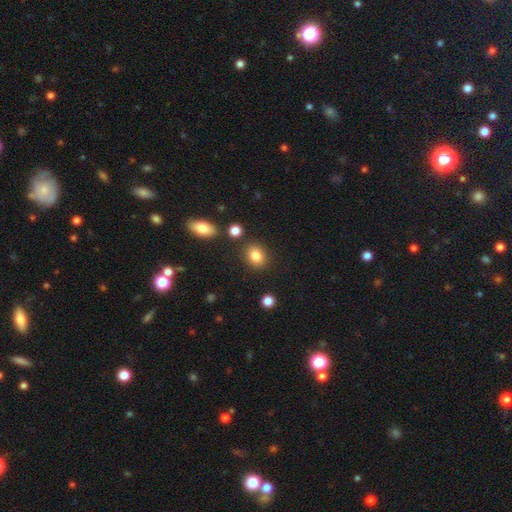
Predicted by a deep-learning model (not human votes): A smooth galaxy with no disk features (84%) that is in between round and cigar-shaped (50%). Merging: none (83%).